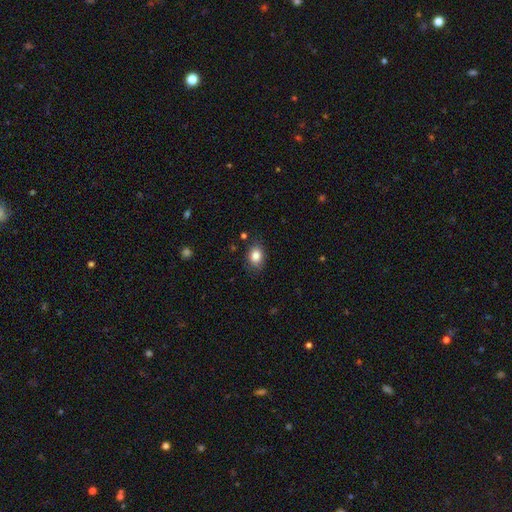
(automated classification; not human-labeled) This is clearly a smooth galaxy (85%). How rounded: likely in between (67%). Merging: clearly none (83%).